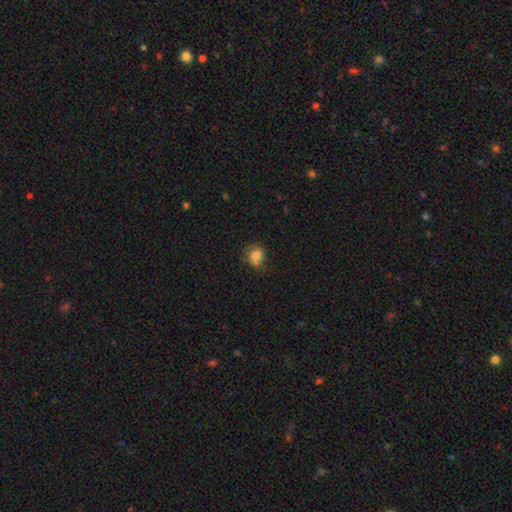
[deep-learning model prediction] This appears to be a smooth galaxy with no disk features (79%) that is round (65%). Merging: none (59%).